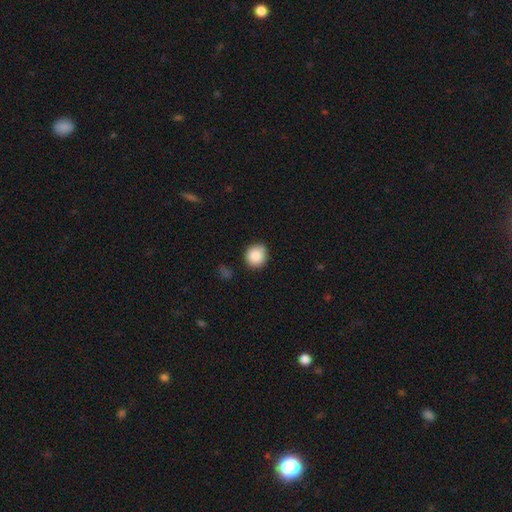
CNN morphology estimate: The model was most divided on "merging": none: 81%, minor disturbance: 14%, major disturbance: 3%, merger: 2%. More confident: smooth or featured — smooth (88%); how rounded — round (86%).